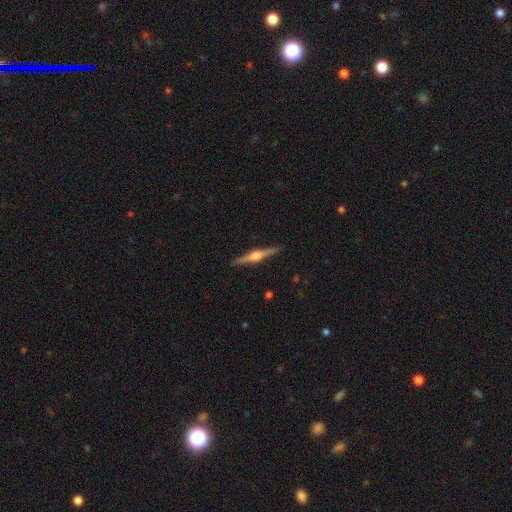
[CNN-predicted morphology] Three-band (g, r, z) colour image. It shows a featured or disk galaxy (83%) viewed edge-on (99%) with a rounded central bulge (94%). Merging: none (92%).